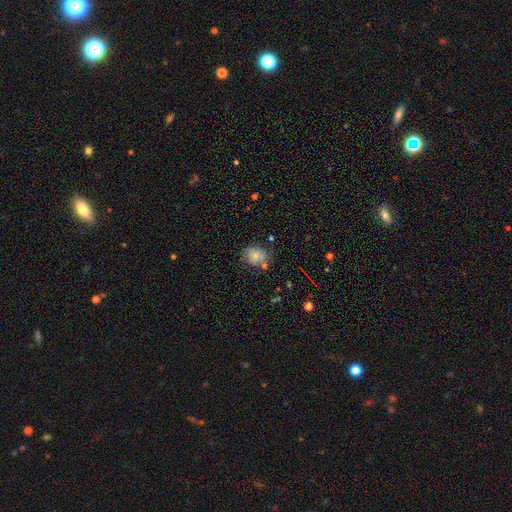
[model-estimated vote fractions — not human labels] Smooth or featured: smooth — 77% (featured or disk — 13%)
How rounded: round — 54% (in between — 45%)
Merging: none — 69% (minor disturbance — 18%)